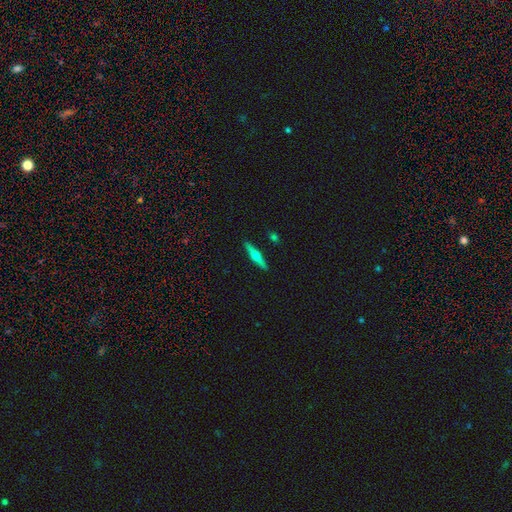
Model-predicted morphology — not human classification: Smooth or featured?
  - featured or disk: 67% *
  - smooth: 27%
  - star or artifact: 6%
Edge-on disk?
  - yes: 97% *
  - no: 3%
Edge-on bulge?
  - rounded: 94% *
  - boxy: 3%
  - none: 3%
Merging?
  - none: 91% *
  - minor disturbance: 6%
  - merger: 1%
  - major disturbance: 1%